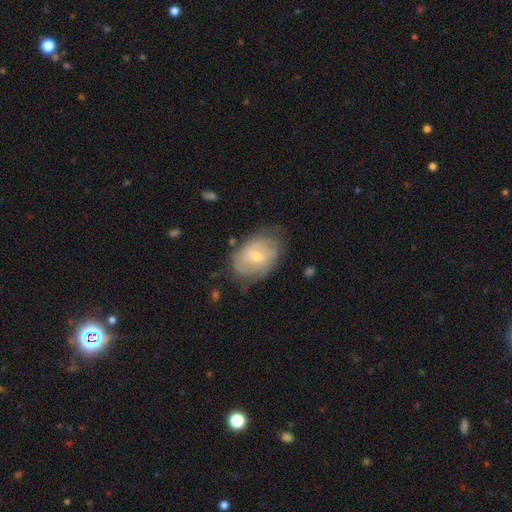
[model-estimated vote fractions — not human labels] Smooth or featured: featured or disk — 52% (smooth — 41%)
Edge-on disk: no — 96% (yes — 4%)
Merging: none — 60% (minor disturbance — 27%)